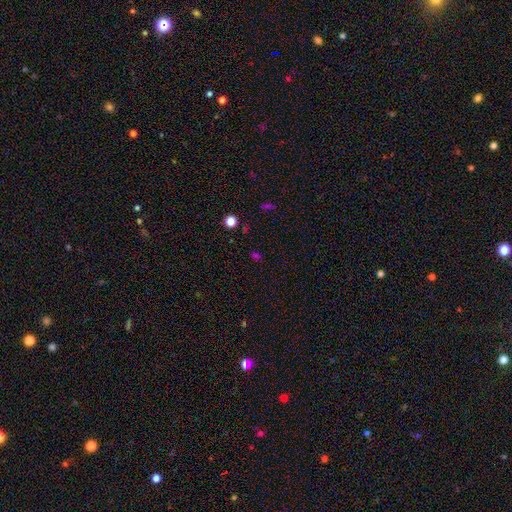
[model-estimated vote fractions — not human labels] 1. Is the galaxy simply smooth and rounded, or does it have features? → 49% smooth, 45% star or artifact, 6% featured or disk.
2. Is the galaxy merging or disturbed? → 80% none, 11% minor disturbance, 5% major disturbance, 5% merger.